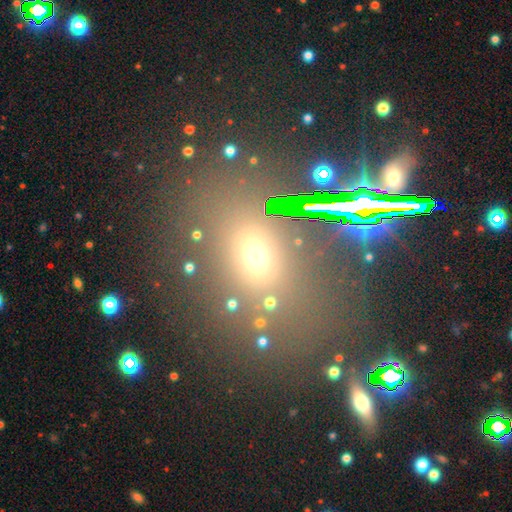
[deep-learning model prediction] smooth-or-featured: smooth: 59% | star or artifact: 28% | featured or disk: 13%
  how-rounded: in between: 67% | round: 29% | cigar-shaped: 5%
  merging: none: 73% | minor disturbance: 13% | major disturbance: 8% | merger: 6%